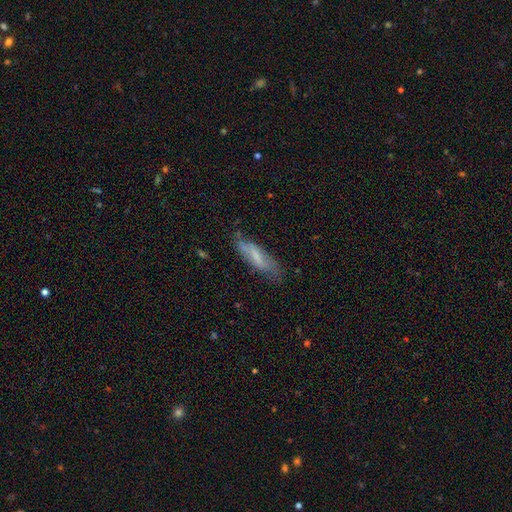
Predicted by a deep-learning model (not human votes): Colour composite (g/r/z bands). It shows a smooth galaxy with no disk features (52%) that is cigar-shaped (61%). Merging: none (67%).